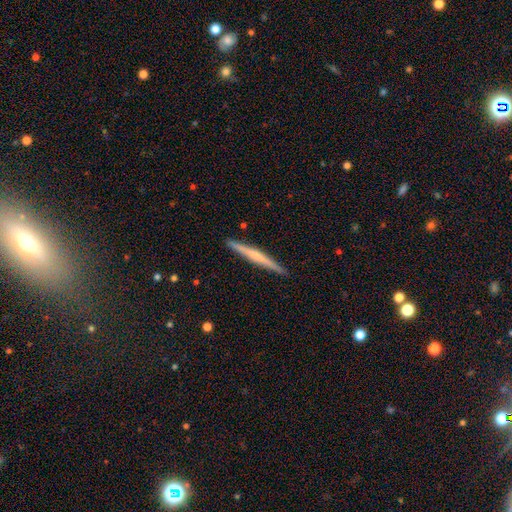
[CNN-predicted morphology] featured or disk 59%, smooth 35%, star or artifact 5%. Down the decision tree: edge-on disk — yes (98%); edge-on bulge — none (46%); merging — none (91%).